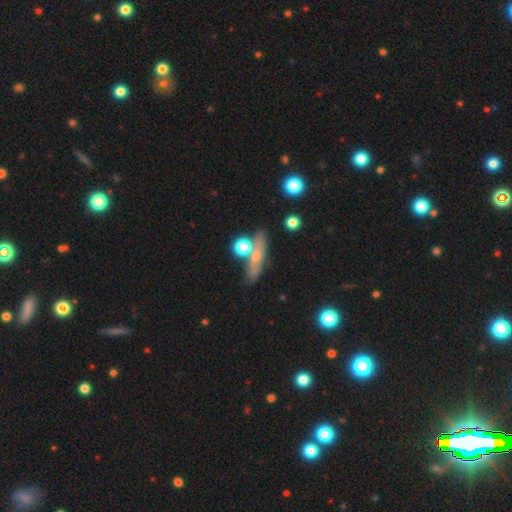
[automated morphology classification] type=smooth (47%); merging=none (66%).